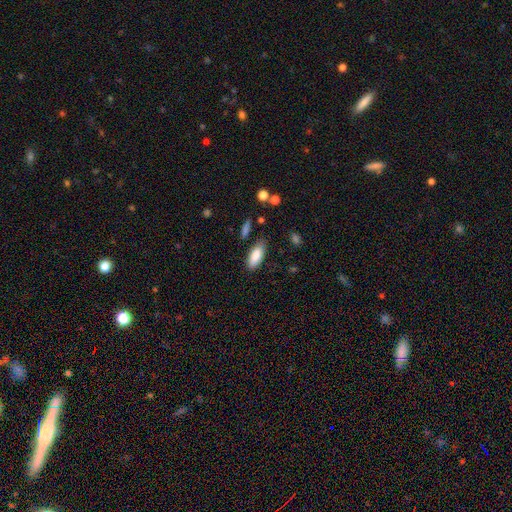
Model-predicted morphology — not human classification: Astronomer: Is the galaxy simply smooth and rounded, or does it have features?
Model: smooth — 86%.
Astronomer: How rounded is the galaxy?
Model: in between — 79%.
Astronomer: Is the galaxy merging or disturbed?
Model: none — 80%.